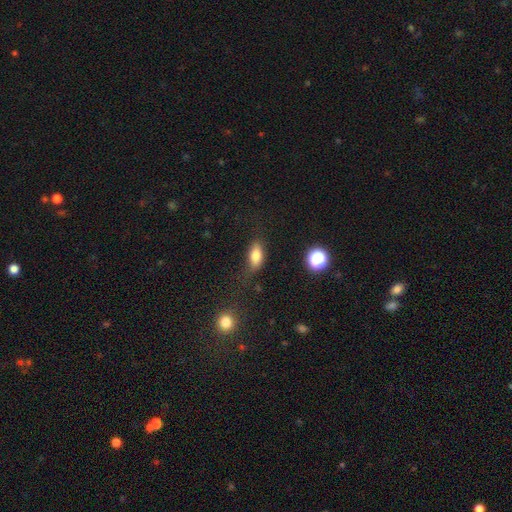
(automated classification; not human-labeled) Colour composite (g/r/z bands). It shows a smooth galaxy with no disk features (78%) that is in between round and cigar-shaped (81%). Merging: none (65%).